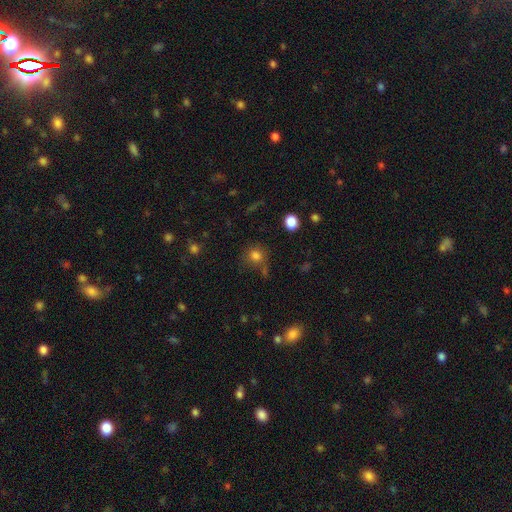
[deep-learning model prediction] Smooth or featured: smooth — 79% (star or artifact — 15%)
How rounded: round — 86% (in between — 13%)
Merging: none — 67% (minor disturbance — 15%)